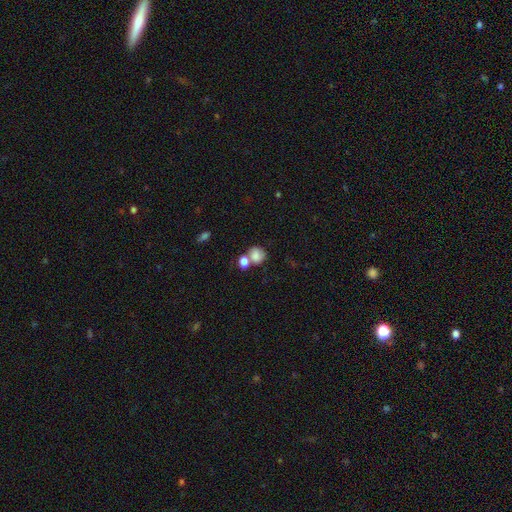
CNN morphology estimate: Smooth or featured? smooth (79%)
How rounded? round (60%)
Merging? merger (46%)